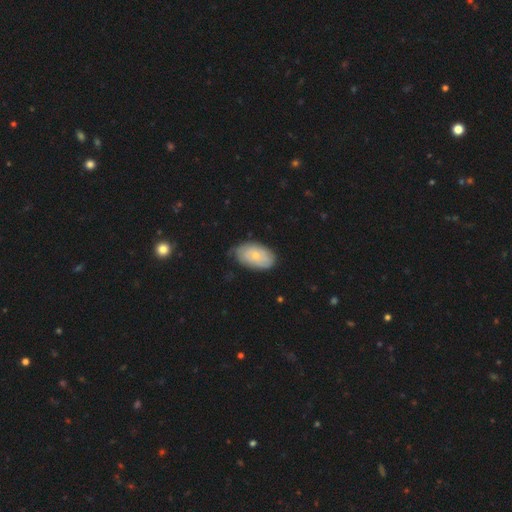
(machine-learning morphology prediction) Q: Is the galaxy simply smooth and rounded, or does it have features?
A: smooth — 50%.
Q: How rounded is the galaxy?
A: in between — 92%.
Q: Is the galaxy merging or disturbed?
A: none — 66%.